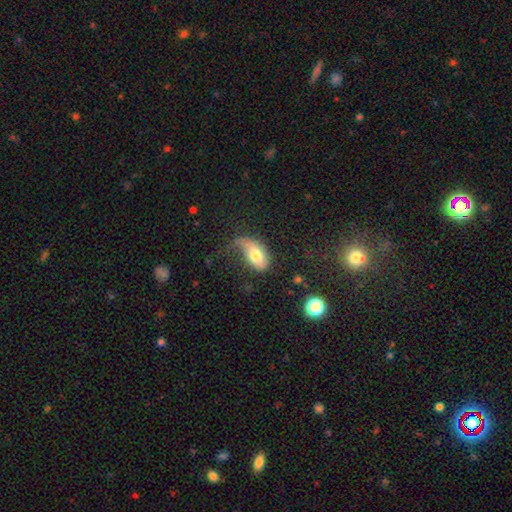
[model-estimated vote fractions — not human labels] The model was most divided on "merging": major disturbance: 39%, minor disturbance: 30%, none: 27%, merger: 4%. More confident: how rounded — in between (89%); smooth or featured — smooth (62%).